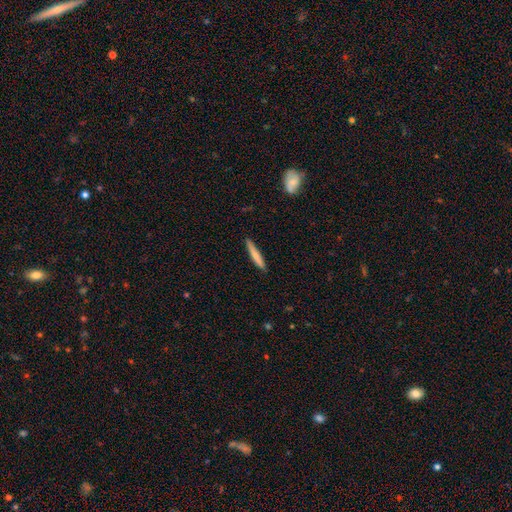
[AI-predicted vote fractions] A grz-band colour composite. It shows a smooth galaxy with no disk features (70%) that is cigar-shaped (93%). Merging: none (89%).